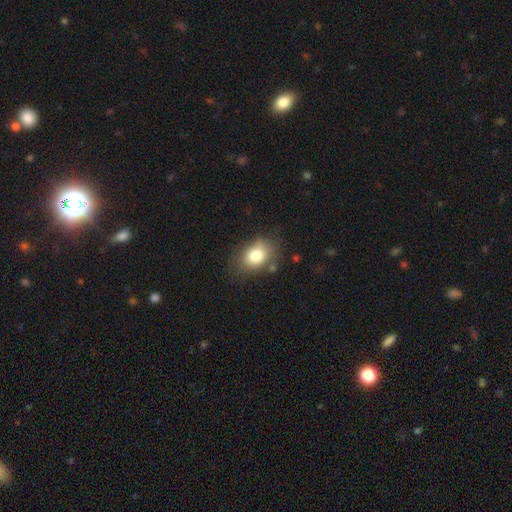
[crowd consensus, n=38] Smooth or featured: smooth — 84% (featured or disk — 8%)
How rounded: in between — 56% (round — 44%)
Merging: none — 49% (minor disturbance — 29%)